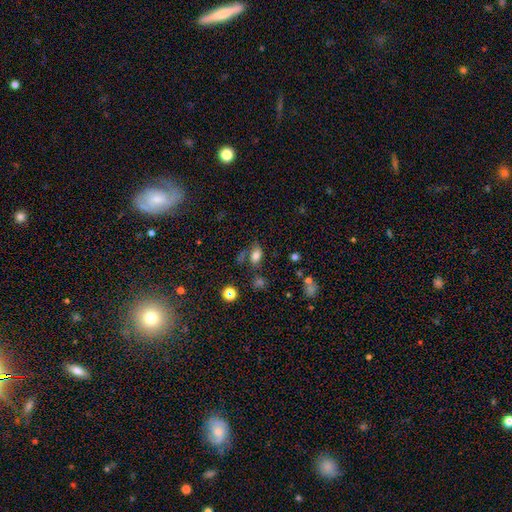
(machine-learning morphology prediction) type=smooth (75%); roundness=in between (85%); merging=none (61%).